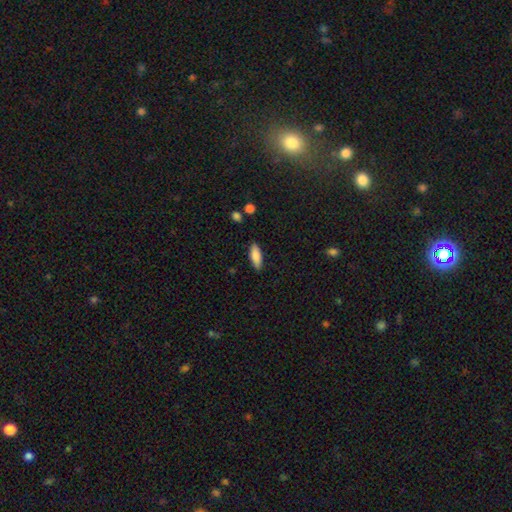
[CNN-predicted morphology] A smooth galaxy with no disk features (85%) that is in between round and cigar-shaped (69%). Merging: none (85%).